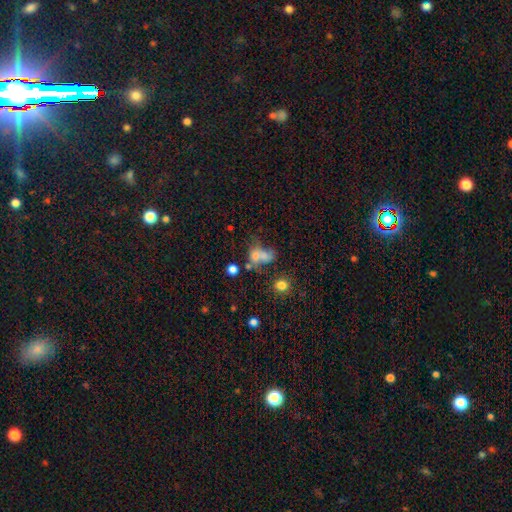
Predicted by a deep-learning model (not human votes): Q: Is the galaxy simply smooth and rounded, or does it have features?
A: smooth — 61%.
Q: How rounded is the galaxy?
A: in between — 55%.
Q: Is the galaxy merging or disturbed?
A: merger — 46%.